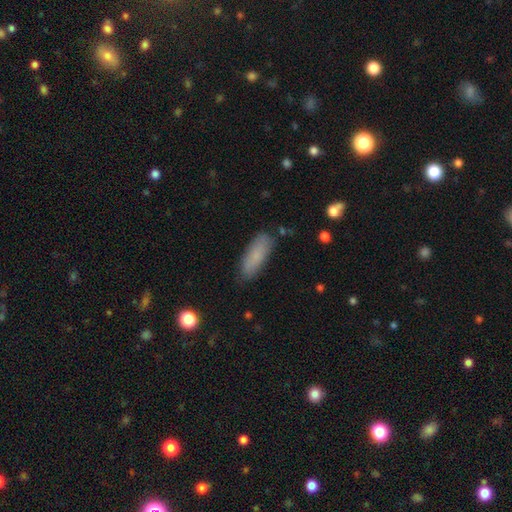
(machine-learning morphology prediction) Smooth or featured? smooth (81%)
How rounded? in between (60%)
Merging? none (81%)